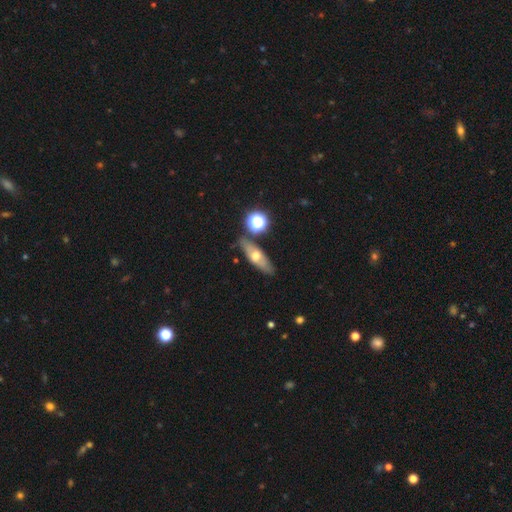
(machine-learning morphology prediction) smooth 45%, featured or disk 44%, star or artifact 11%. Down the decision tree: merging — none (80%).